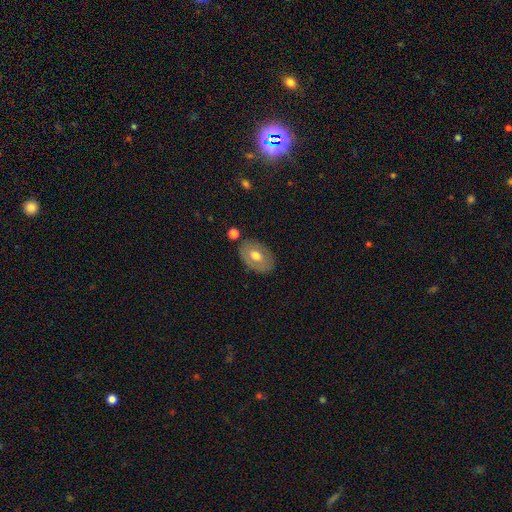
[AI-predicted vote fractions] A smooth galaxy with no disk features (55%) that is in between round and cigar-shaped (84%).

Vote fractions:
- Smooth or featured? smooth: 55% / featured or disk: 38% / star or artifact: 7%
- How rounded? in between: 84% / round: 15% / cigar-shaped: 1%
- Merging? none: 78% / minor disturbance: 14% / merger: 4% / major disturbance: 4%